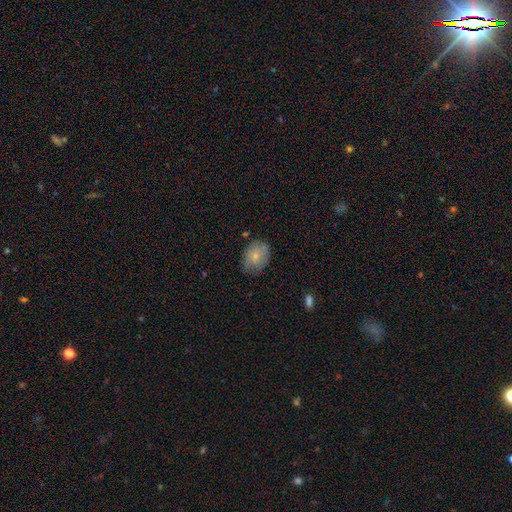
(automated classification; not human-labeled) This appears to be a smooth galaxy with no disk features (74%) that is in between round and cigar-shaped (59%). Merging: none (69%).